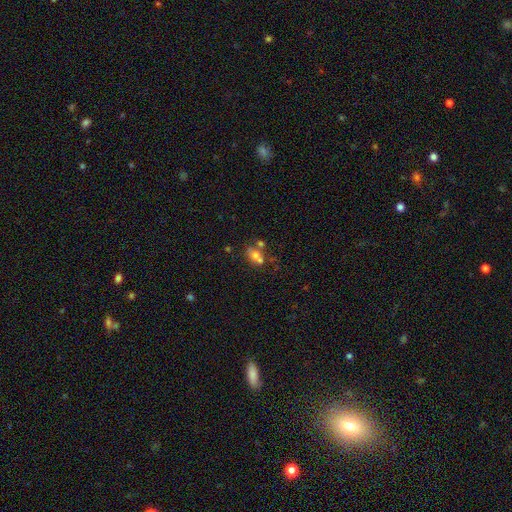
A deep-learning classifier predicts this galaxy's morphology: Smooth or featured: smooth — 60% (featured or disk — 25%)
How rounded: in between — 53% (round — 45%)
Merging: merger — 49% (none — 34%)